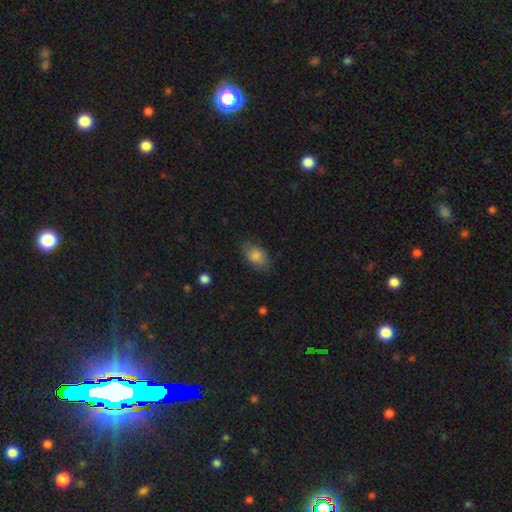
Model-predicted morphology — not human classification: Smooth or featured? smooth (83%)
How rounded? in between (88%)
Merging? none (77%)